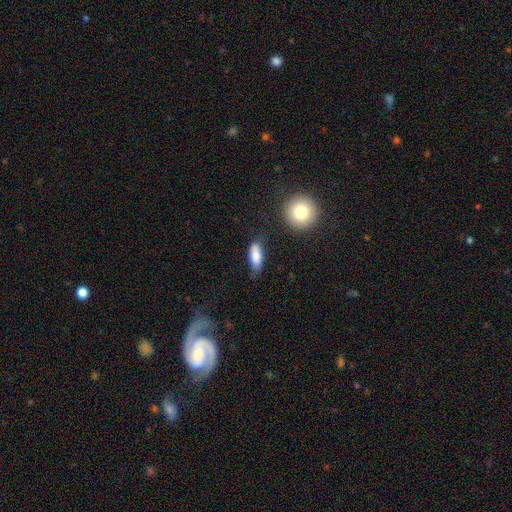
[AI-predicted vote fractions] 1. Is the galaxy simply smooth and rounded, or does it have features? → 77% smooth, 16% featured or disk, 7% star or artifact.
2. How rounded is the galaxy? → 72% in between, 25% cigar-shaped, 3% round.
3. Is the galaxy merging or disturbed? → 58% none, 28% minor disturbance, 8% major disturbance, 6% merger.